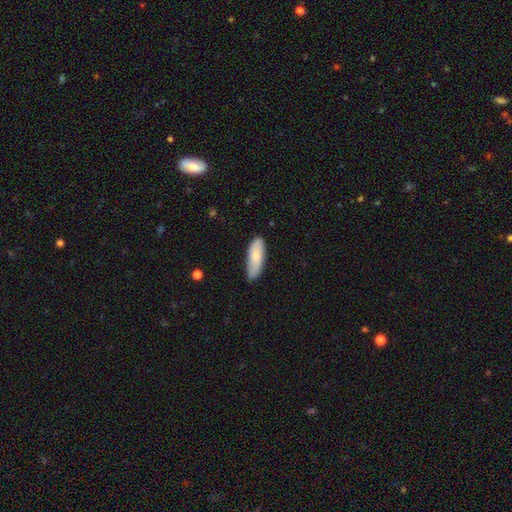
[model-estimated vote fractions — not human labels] A smooth galaxy with no disk features (79%) that is in between round and cigar-shaped (66%).

Vote fractions:
- Smooth or featured? smooth: 79% / featured or disk: 16% / star or artifact: 5%
- How rounded? in between: 66% / cigar-shaped: 33% / round: 2%
- Merging? none: 77% / minor disturbance: 19% / major disturbance: 3% / merger: 1%